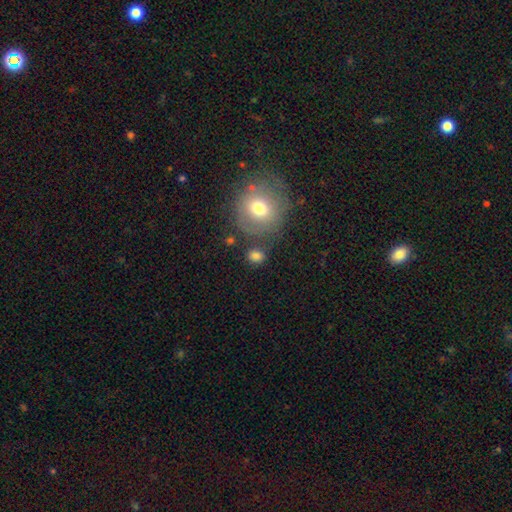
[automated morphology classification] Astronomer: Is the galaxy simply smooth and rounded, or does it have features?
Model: smooth — 79%.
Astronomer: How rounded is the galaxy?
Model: round — 65%.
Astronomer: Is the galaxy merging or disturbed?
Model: none — 72%.